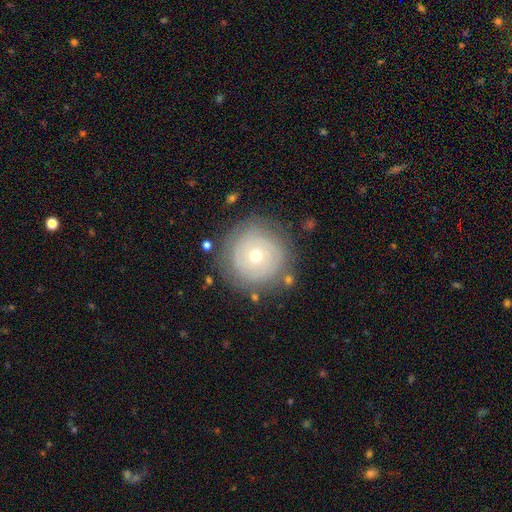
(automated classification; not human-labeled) Smooth or featured: featured or disk — 61% (smooth — 31%)
Edge-on disk: no — 97% (yes — 3%)
Bar: no — 87% (weak — 10%)
Spiral arms: yes — 70% (no — 30%)
Bulge size: small — 51% (moderate — 46%)
Merging: none — 79% (minor disturbance — 13%)